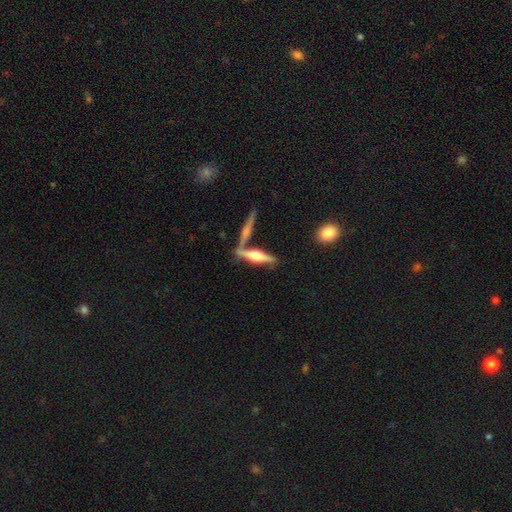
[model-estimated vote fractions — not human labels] The model was most divided on "merging": none: 62%, merger: 23%, minor disturbance: 11%, major disturbance: 4%. More confident: edge-on disk — yes (95%); edge-on bulge — rounded (92%); smooth or featured — featured or disk (67%).